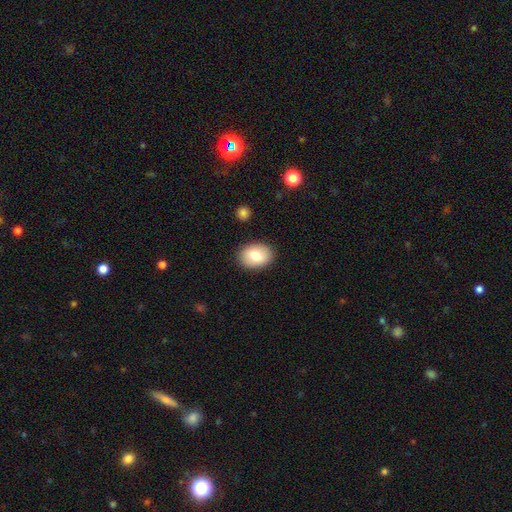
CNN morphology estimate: This appears to be a smooth galaxy with no disk features (78%) that is in between round and cigar-shaped (73%). Merging: none (88%).